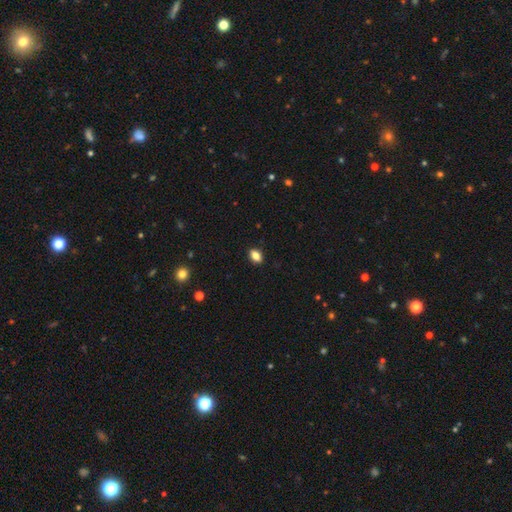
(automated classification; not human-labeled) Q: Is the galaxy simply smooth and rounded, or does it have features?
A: smooth — 84%.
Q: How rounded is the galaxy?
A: in between — 81%.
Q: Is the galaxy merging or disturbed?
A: none — 88%.